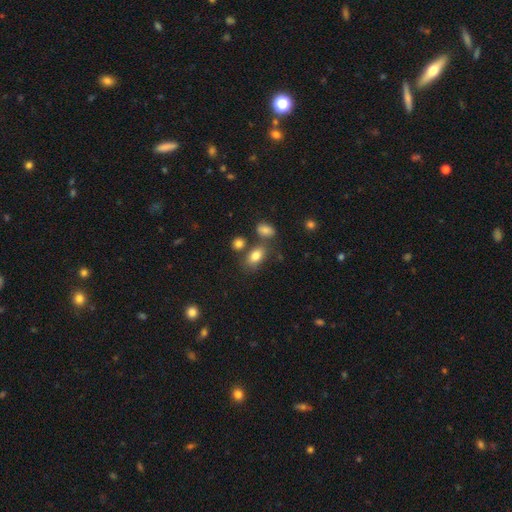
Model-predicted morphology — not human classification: type=smooth (81%); roundness=in between (85%); merging=none (66%).